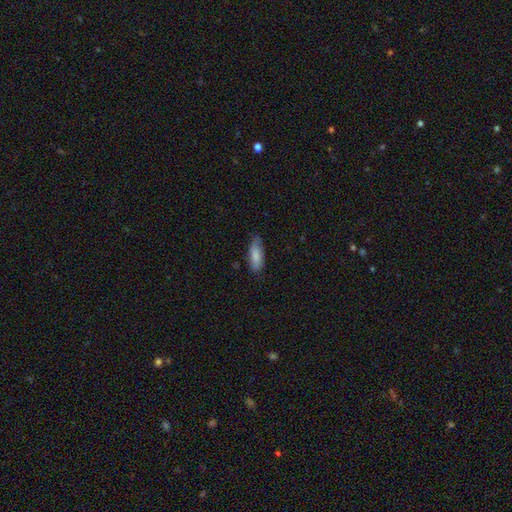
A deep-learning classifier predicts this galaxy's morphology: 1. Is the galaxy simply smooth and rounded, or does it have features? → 84% smooth, 10% featured or disk, 6% star or artifact.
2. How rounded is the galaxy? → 62% in between, 36% cigar-shaped, 2% round.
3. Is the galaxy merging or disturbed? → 77% none, 18% minor disturbance, 3% major disturbance, 1% merger.